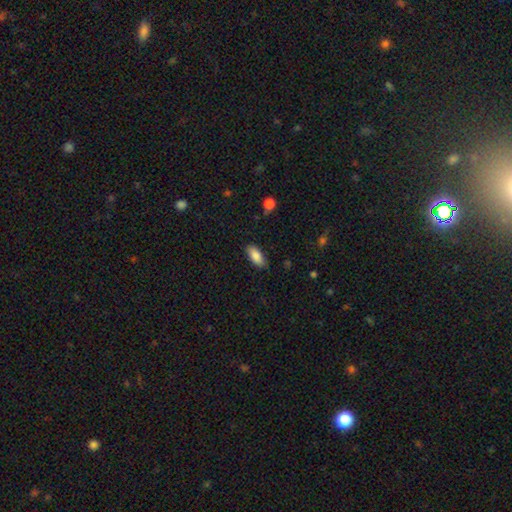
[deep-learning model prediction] Smooth or featured?
  - smooth: 87% *
  - featured or disk: 7%
  - star or artifact: 7%
How rounded?
  - in between: 89% *
  - cigar-shaped: 9%
  - round: 2%
Merging?
  - none: 85% *
  - minor disturbance: 12%
  - major disturbance: 2%
  - merger: 1%